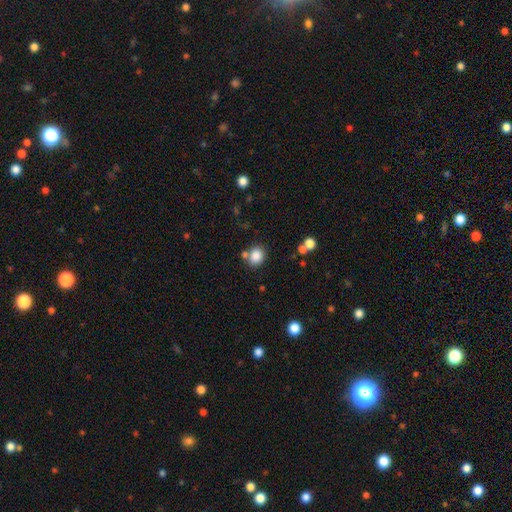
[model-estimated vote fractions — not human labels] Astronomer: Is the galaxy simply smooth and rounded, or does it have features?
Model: smooth — 85%.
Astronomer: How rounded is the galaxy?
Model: round — 66%.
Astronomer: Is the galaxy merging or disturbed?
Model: none — 70%.